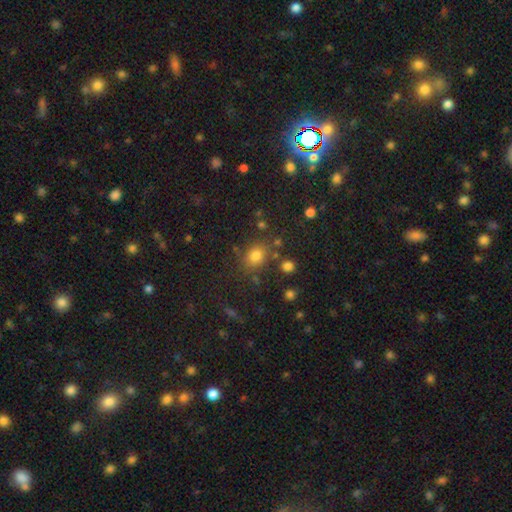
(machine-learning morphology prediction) This is likely a smooth galaxy (74%). How rounded: possibly round (54%). Merging: likely none (76%).